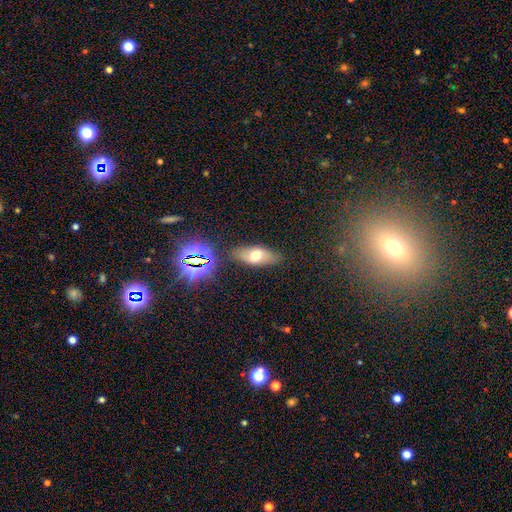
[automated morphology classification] Smooth or featured?
  - smooth: 59% *
  - featured or disk: 26%
  - star or artifact: 15%
How rounded?
  - in between: 80% *
  - cigar-shaped: 15%
  - round: 5%
Merging?
  - none: 81% *
  - minor disturbance: 12%
  - major disturbance: 3%
  - merger: 3%